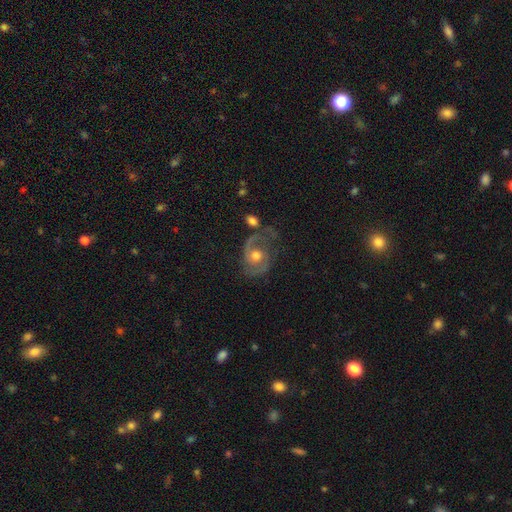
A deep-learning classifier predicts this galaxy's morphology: Overall: featured or disk (81%). Edge-on disk: no (97%). Bar: no (69%). Spiral arms: yes (91%). Spiral arm count: 2 (82%). Spiral winding: medium (51%; loose 25%). Bulge size: moderate (74%). Merging: none (50%; minor disturbance 22%).